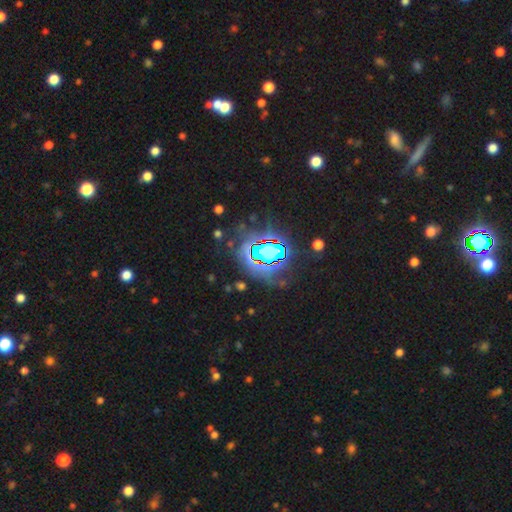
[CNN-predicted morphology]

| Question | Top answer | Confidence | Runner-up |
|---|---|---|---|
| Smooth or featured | star or artifact | 70% | featured or disk (16%) |